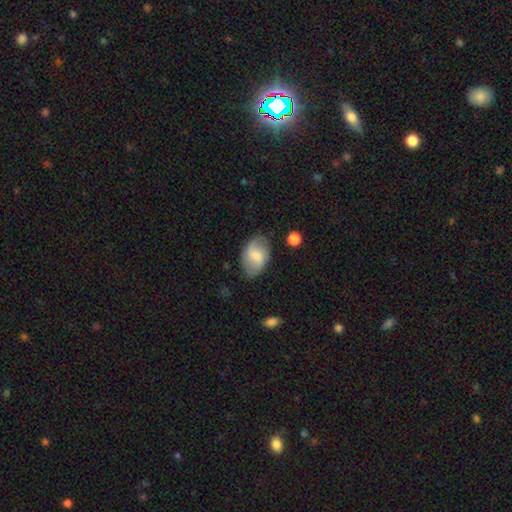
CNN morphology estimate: This is possibly a smooth galaxy (57%). How rounded: clearly in between (87%). Merging: likely none (71%).